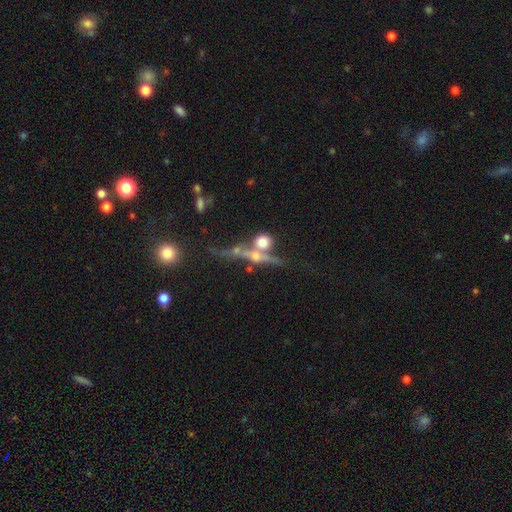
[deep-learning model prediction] Smooth or featured? Predicted: featured or disk (p=0.61). Edge-on disk? Predicted: yes (p=0.78). Merging? Predicted: none (p=0.47).